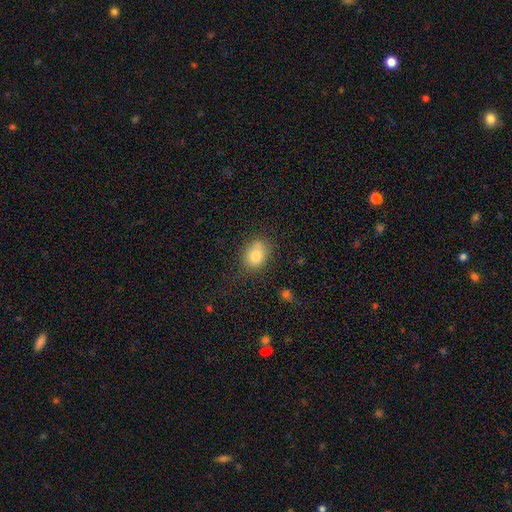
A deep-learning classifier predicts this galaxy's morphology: The model was most divided on "how rounded": in between: 57%, round: 42%, cigar-shaped: 1%. More confident: smooth or featured — smooth (80%); merging — none (66%).